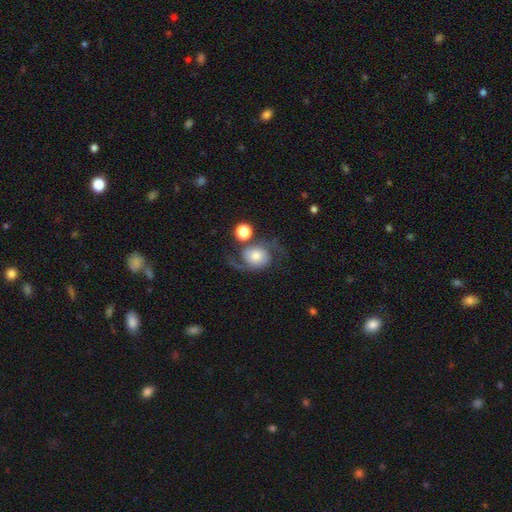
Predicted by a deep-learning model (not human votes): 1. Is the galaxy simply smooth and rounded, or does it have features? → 70% featured or disk, 22% smooth, 8% star or artifact.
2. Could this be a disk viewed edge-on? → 97% no, 3% yes.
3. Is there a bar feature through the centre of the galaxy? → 73% no, 23% weak, 4% strong.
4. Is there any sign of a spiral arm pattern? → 93% yes, 7% no.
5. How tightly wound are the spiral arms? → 59% loose, 33% medium, 8% tight.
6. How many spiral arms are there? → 87% 2, 7% 1, 3% can't tell, 1% 3, 1% 4, 1% more than 4.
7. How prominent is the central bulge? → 41% moderate, 23% small, 22% large, 8% dominant, 6% none.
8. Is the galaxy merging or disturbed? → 52% none, 18% major disturbance, 18% minor disturbance, 12% merger.